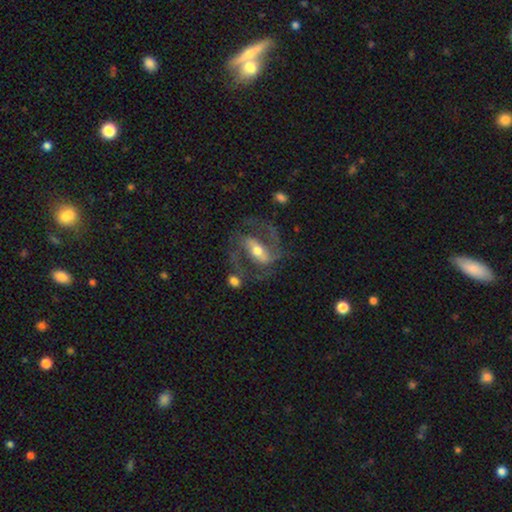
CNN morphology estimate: A featured or disk galaxy (84%) with a strong bar (56%), 2 (87%) medium (55%) spiral arms (93%) and a moderate central bulge (53%). Merging: none (66%).